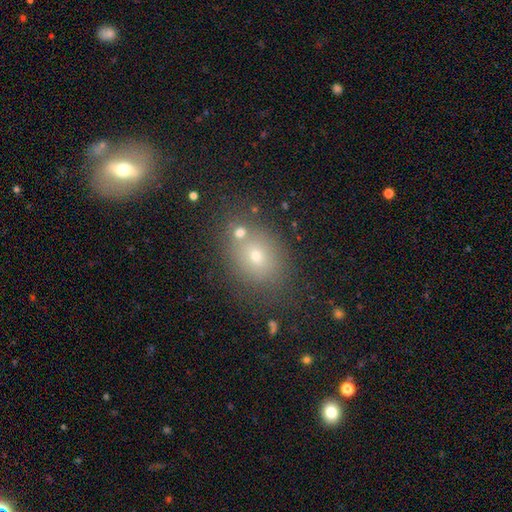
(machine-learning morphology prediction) The model was most divided on "how rounded": in between: 51%, round: 48%, cigar-shaped: 1%. More confident: merging — none (67%); smooth or featured — smooth (62%).